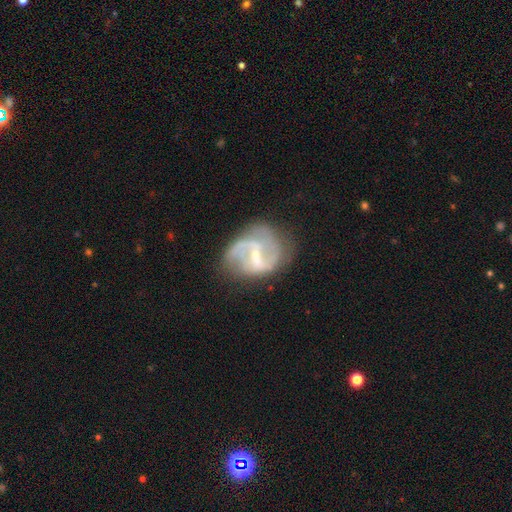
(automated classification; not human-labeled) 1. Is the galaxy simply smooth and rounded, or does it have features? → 82% featured or disk, 12% smooth, 6% star or artifact.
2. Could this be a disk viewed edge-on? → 97% no, 3% yes.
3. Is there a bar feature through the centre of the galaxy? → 54% weak, 33% strong, 13% no.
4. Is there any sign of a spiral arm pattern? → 89% yes, 11% no.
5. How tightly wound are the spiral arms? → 45% medium, 39% loose, 16% tight.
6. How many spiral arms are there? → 73% 2, 12% can't tell, 6% 3, 5% 1, 2% 4, 2% more than 4.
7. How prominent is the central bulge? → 53% small, 35% moderate, 9% none, 2% large, 1% dominant.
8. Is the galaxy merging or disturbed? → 58% none, 24% minor disturbance, 15% major disturbance, 3% merger.